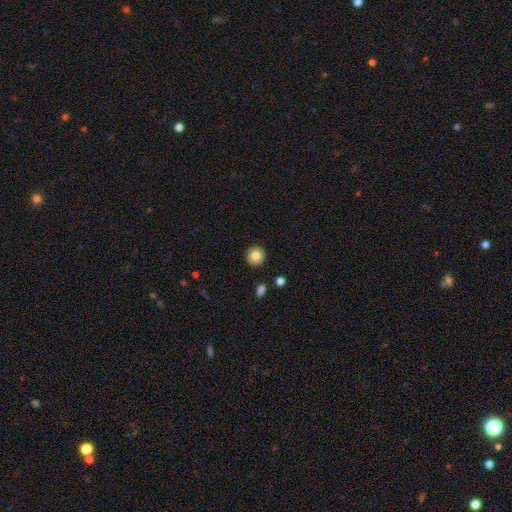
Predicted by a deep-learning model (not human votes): Q: Smooth or featured?
A: smooth (82%); runner-up: featured or disk (9%)
Q: How rounded?
A: round (93%); runner-up: in between (6%)
Q: Merging?
A: none (92%); runner-up: minor disturbance (5%)